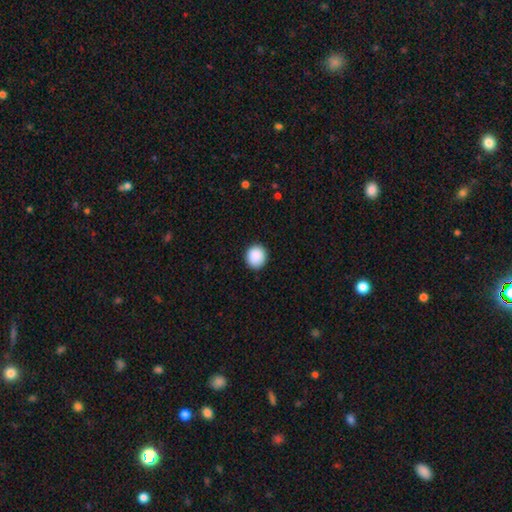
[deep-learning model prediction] smooth_or_featured: smooth (p=0.90) [alt: star or artifact p=0.08]
how_rounded: round (p=0.88) [alt: in between p=0.11]
merging: none (p=0.91) [alt: minor disturbance p=0.06]